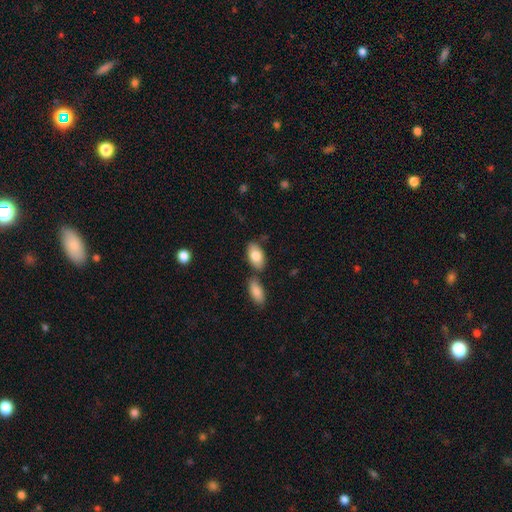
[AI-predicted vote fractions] Morphology: type=smooth (82%); roundness=in between (94%); merging=none (67%).